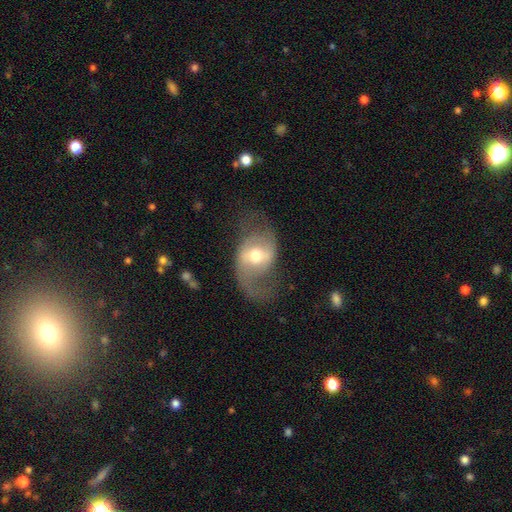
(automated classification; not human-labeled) Q: Smooth or featured?
A: featured or disk (74%); runner-up: smooth (20%)
Q: Edge-on disk?
A: no (95%); runner-up: yes (5%)
Q: Bar?
A: weak (43%); runner-up: no (34%)
Q: Spiral arms?
A: yes (84%); runner-up: no (16%)
Q: Spiral winding?
A: loose (55%); runner-up: medium (36%)
Q: Spiral arm count?
A: 2 (79%); runner-up: 1 (13%)
Q: Bulge size?
A: moderate (71%); runner-up: small (16%)
Q: Merging?
A: none (55%); runner-up: major disturbance (23%)